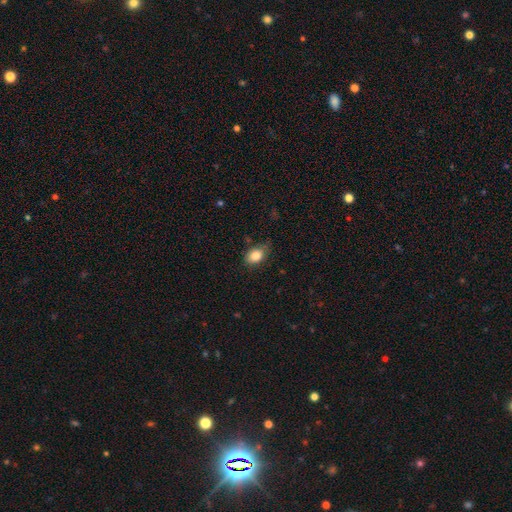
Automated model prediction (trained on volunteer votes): Smooth or featured? Predicted: smooth (p=0.84). How rounded? Predicted: in between (p=0.77). Merging? Predicted: none (p=0.68).